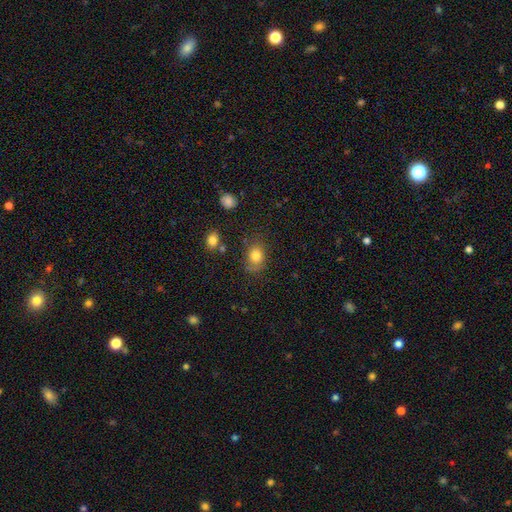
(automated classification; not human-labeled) Smooth or featured? Predicted: smooth (p=0.81). How rounded? Predicted: in between (p=0.57). Merging? Predicted: none (p=0.70).